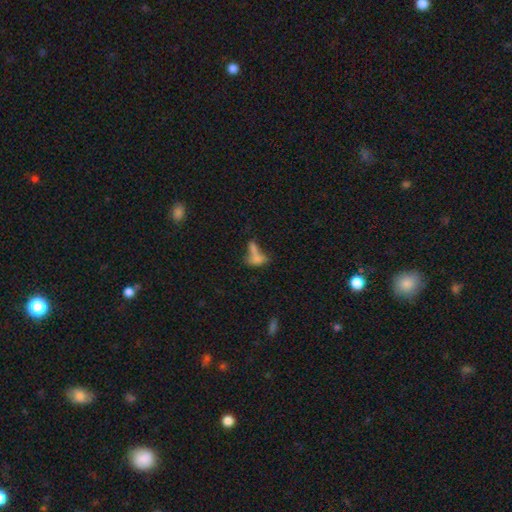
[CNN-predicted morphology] Smooth or featured?
  - smooth: 65% *
  - featured or disk: 20%
  - star or artifact: 15%
How rounded?
  - in between: 67% *
  - cigar-shaped: 23%
  - round: 10%
Merging?
  - merger: 51% *
  - none: 24%
  - major disturbance: 14%
  - minor disturbance: 11%